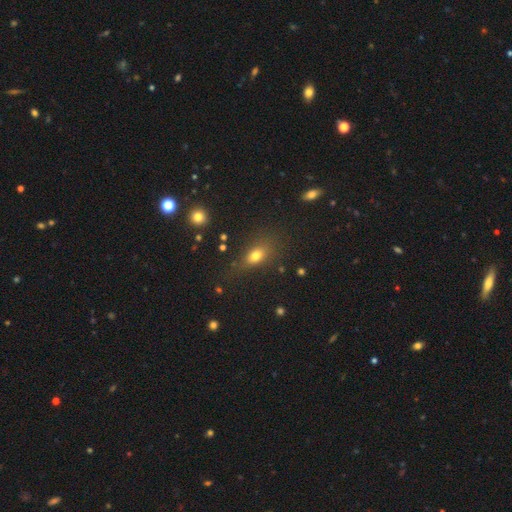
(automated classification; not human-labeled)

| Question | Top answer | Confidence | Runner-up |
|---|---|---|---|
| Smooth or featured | smooth | 76% | star or artifact (14%) |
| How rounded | in between | 73% | round (18%) |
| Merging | none | 72% | minor disturbance (17%) |